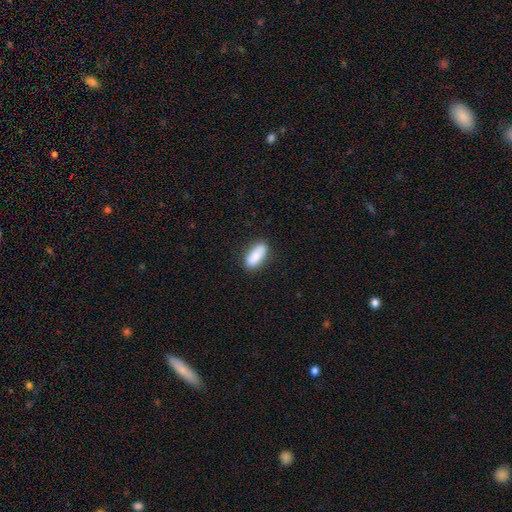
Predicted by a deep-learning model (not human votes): The model was most divided on "how rounded": in between: 79%, cigar-shaped: 19%, round: 2%. More confident: smooth or featured — smooth (86%); merging — none (85%).